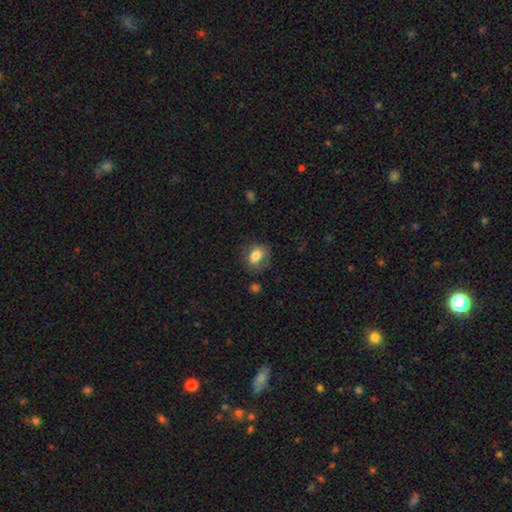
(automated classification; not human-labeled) This appears to be a smooth galaxy with no disk features (73%) that is in between round and cigar-shaped (68%). Merging: none (62%).